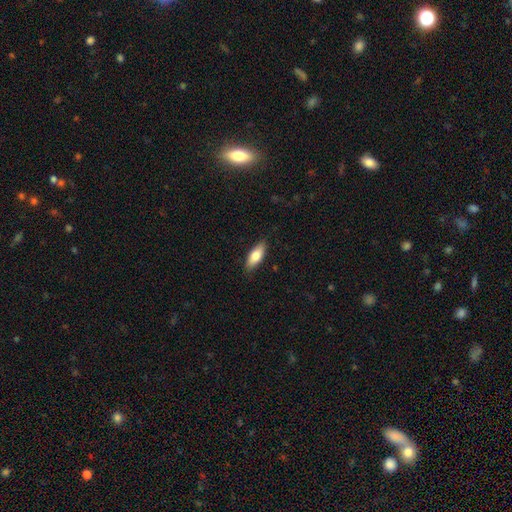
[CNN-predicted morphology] This appears to be a smooth galaxy with no disk features (77%) that is in between round and cigar-shaped (73%). Merging: none (85%).